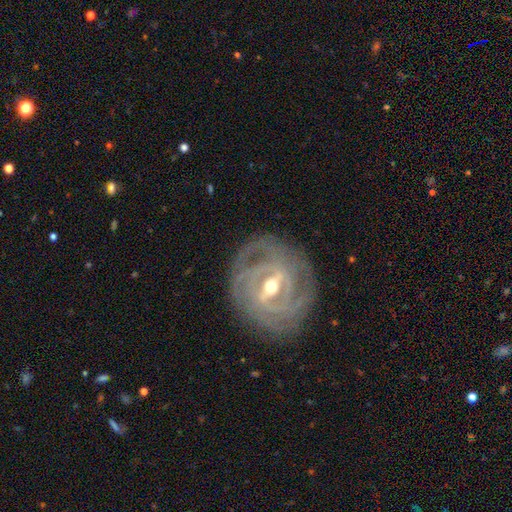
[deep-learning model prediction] A featured or disk galaxy (87%) with a strong bar (52%), tight (79%) spiral arms (96%) and a moderate central bulge (58%). Merging: none (82%).